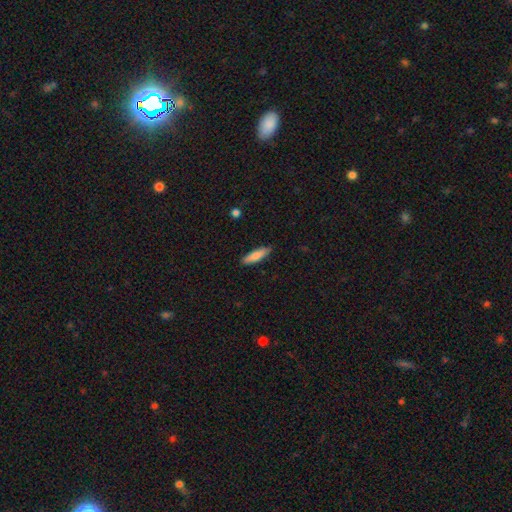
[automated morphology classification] smooth_or_featured: smooth (p=0.78) [alt: featured or disk p=0.17]
how_rounded: cigar-shaped (p=0.64) [alt: in between p=0.34]
merging: none (p=0.89) [alt: minor disturbance p=0.09]